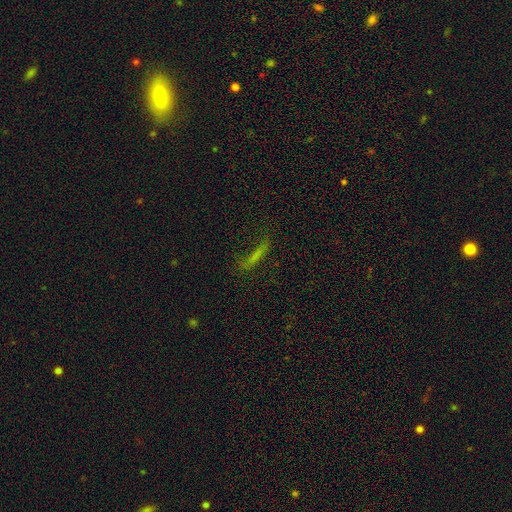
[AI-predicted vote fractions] Morphology: type=smooth (57%); roundness=cigar-shaped (84%); merging=none (57%).